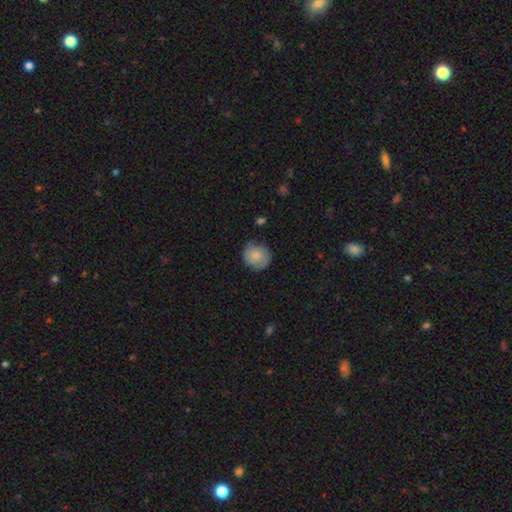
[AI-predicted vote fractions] smooth-or-featured: smooth: 75% | featured or disk: 18% | star or artifact: 7%
  how-rounded: round: 87% | in between: 12% | cigar-shaped: 1%
  merging: none: 72% | minor disturbance: 22% | major disturbance: 5% | merger: 2%